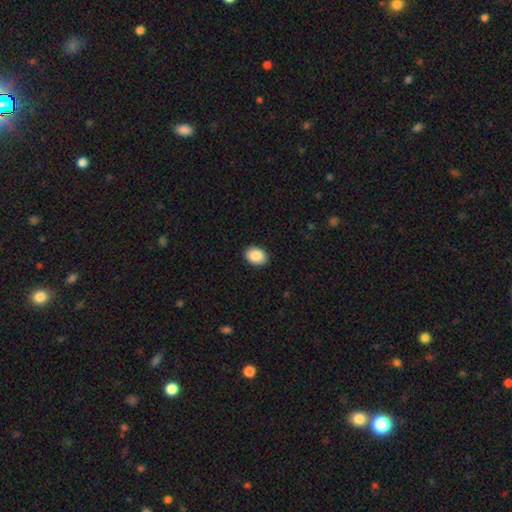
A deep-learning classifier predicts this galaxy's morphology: Smooth or featured? smooth (89%)
How rounded? in between (69%)
Merging? none (90%)